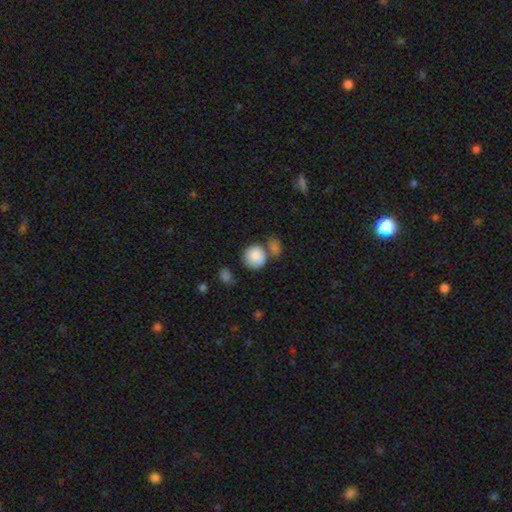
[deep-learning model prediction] smooth 87%, star or artifact 7%, featured or disk 6%. Down the decision tree: how rounded — round (86%); merging — none (56%).